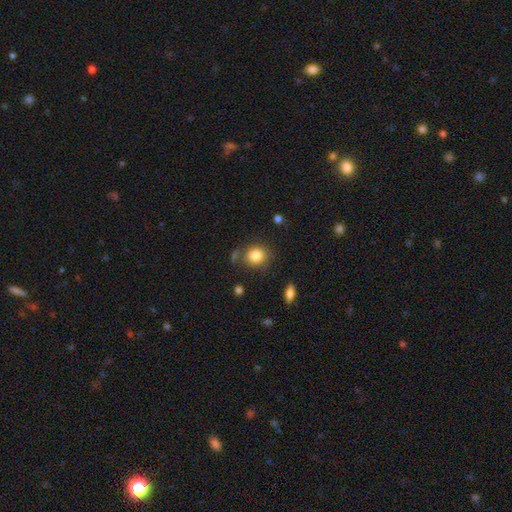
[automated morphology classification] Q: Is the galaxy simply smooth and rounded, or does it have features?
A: smooth — 83%.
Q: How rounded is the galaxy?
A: round — 79%.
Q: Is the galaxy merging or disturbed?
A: none — 76%.